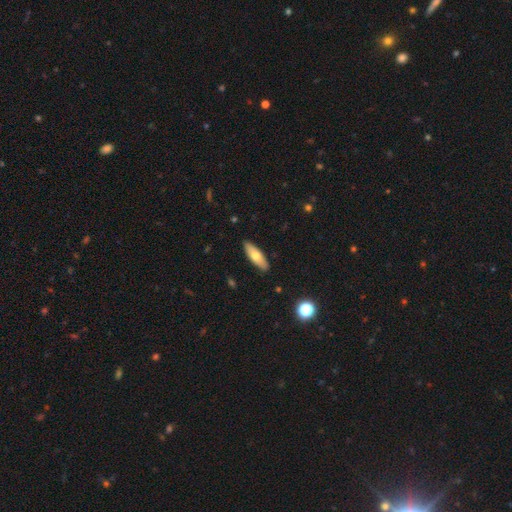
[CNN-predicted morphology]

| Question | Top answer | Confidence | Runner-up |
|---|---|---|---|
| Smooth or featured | smooth | 64% | featured or disk (29%) |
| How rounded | in between | 56% | cigar-shaped (42%) |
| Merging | none | 89% | minor disturbance (8%) |